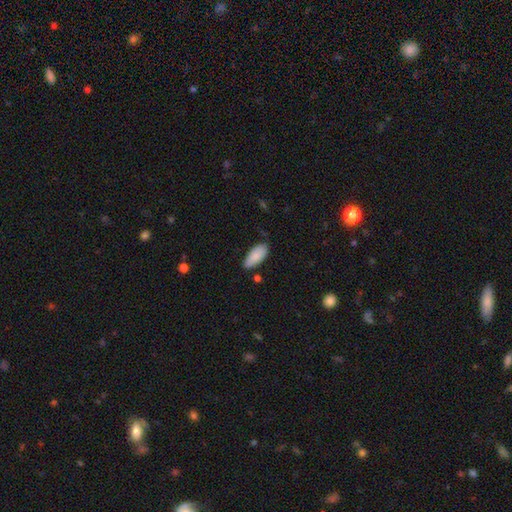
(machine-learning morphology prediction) smooth 86%, featured or disk 8%, star or artifact 6%. Down the decision tree: how rounded — in between (88%); merging — none (72%).